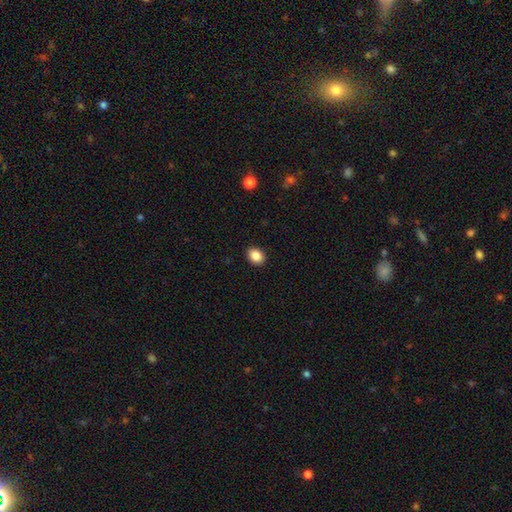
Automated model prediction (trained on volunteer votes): This is clearly a smooth galaxy (87%). How rounded: possibly in between (56%). Merging: clearly none (91%).